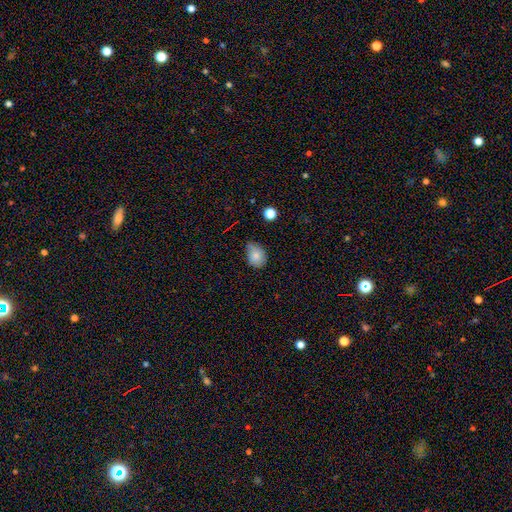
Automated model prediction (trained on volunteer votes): The model was most divided on "merging": none: 52%, minor disturbance: 38%, major disturbance: 7%, merger: 3%. More confident: smooth or featured — smooth (81%); how rounded — in between (64%).